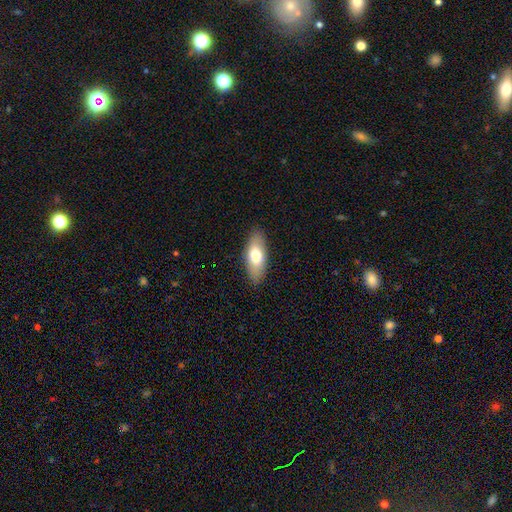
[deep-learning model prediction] smooth 72%, featured or disk 22%, star or artifact 6%. Down the decision tree: how rounded — in between (80%); merging — none (87%).